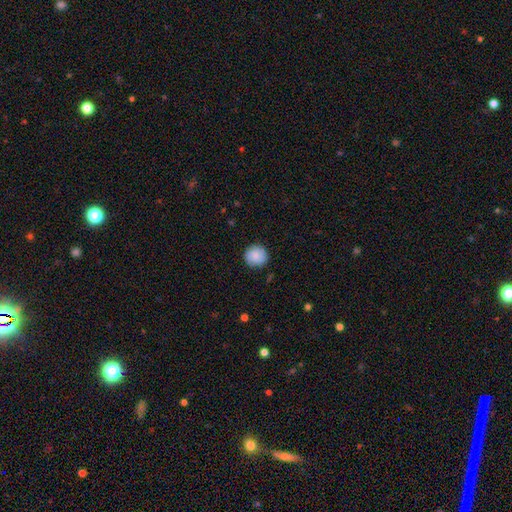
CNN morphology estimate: Smooth or featured: smooth — 82% (featured or disk — 11%)
How rounded: round — 90% (in between — 9%)
Merging: none — 86% (minor disturbance — 11%)